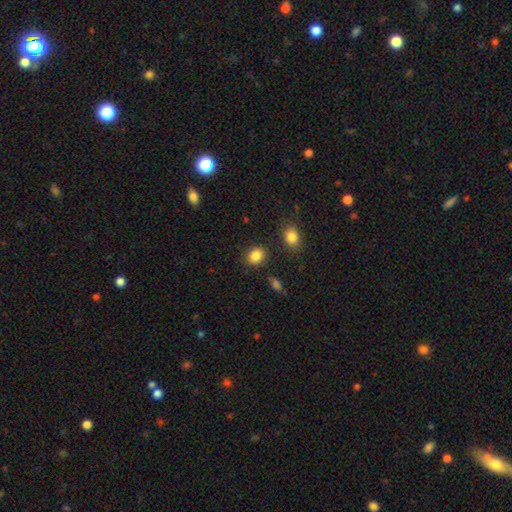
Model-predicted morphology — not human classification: A smooth galaxy with no disk features (87%) that is round (56%).

Vote fractions:
- Smooth or featured? smooth: 87% / star or artifact: 9% / featured or disk: 4%
- How rounded? round: 56% / in between: 43% / cigar-shaped: 1%
- Merging? none: 83% / minor disturbance: 10% / merger: 4% / major disturbance: 3%